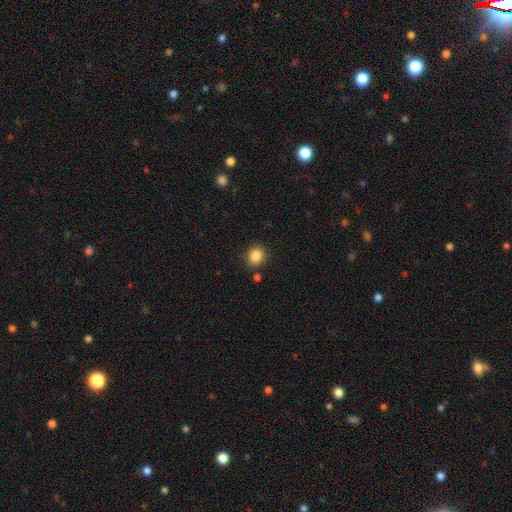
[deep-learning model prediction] The model was most divided on "how rounded": round: 75%, in between: 24%, cigar-shaped: 1%. More confident: smooth or featured — smooth (86%); merging — none (85%).